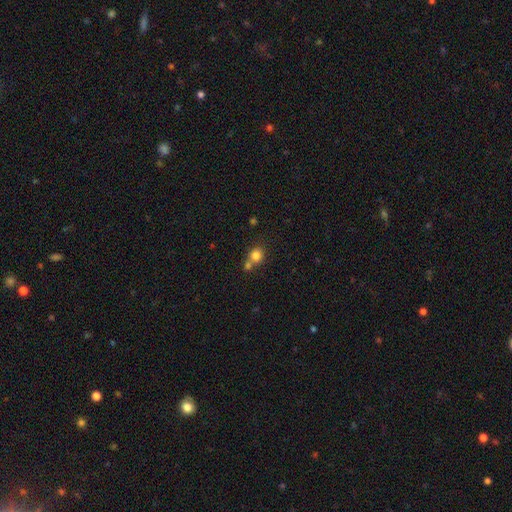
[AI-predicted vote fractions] A smooth galaxy with no disk features (81%) that is round (83%). Merging: none (50%).